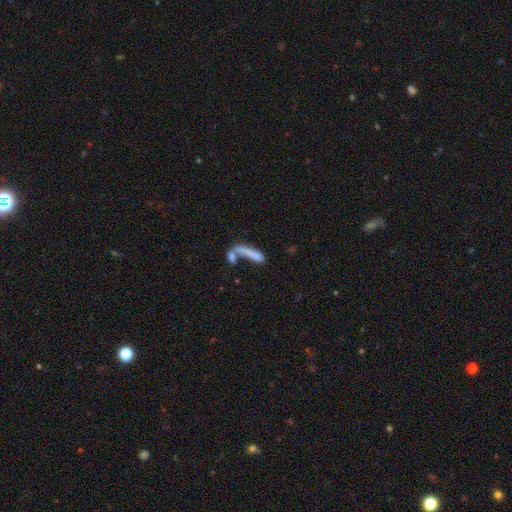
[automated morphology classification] The model was most divided on "merging": merger: 45%, none: 33%, major disturbance: 12%, minor disturbance: 11%. More confident: how rounded — cigar-shaped (82%); smooth or featured — smooth (63%).